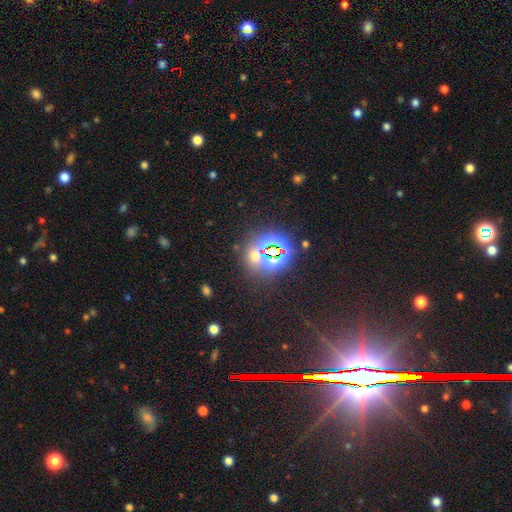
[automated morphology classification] star or artifact 66%, smooth 26%, featured or disk 9%.